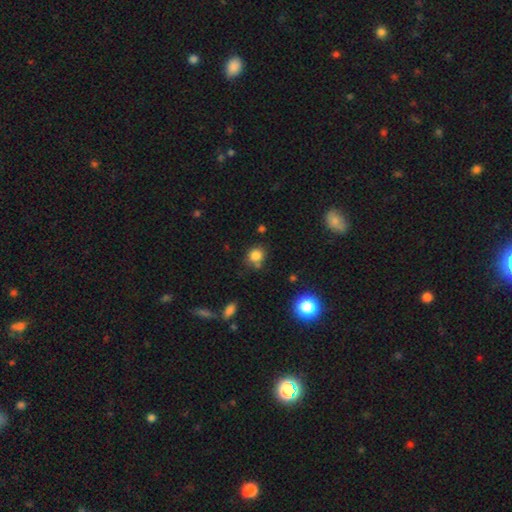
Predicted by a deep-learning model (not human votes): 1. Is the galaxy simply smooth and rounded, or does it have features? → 81% smooth, 13% star or artifact, 6% featured or disk.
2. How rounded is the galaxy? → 77% round, 22% in between, 1% cigar-shaped.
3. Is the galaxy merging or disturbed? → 67% none, 17% minor disturbance, 11% merger, 5% major disturbance.